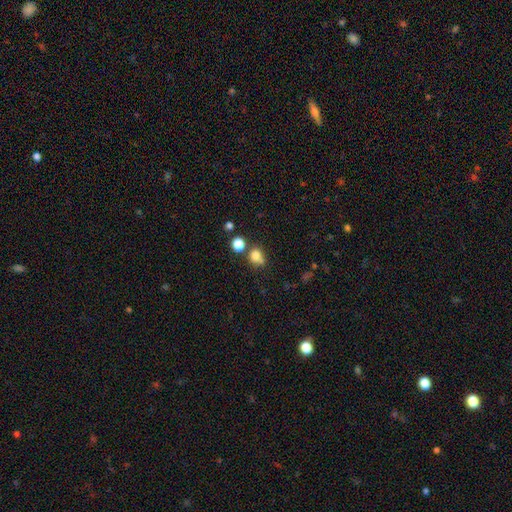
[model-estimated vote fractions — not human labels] smooth 77%, star or artifact 14%, featured or disk 9%. Down the decision tree: how rounded — round (75%); merging — none (52%).